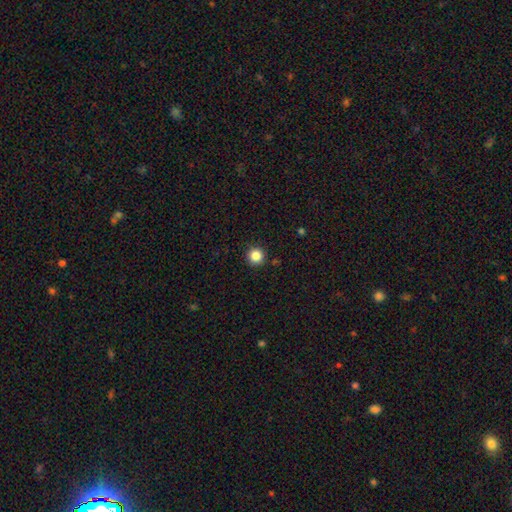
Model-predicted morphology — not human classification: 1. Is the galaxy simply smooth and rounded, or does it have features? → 86% smooth, 11% star or artifact, 4% featured or disk.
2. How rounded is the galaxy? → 96% round, 3% in between, 1% cigar-shaped.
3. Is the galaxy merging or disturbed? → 92% none, 5% minor disturbance, 2% major disturbance, 1% merger.